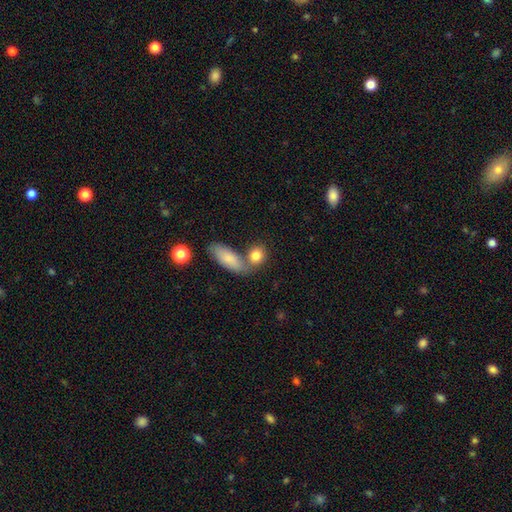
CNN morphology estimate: This is clearly a smooth galaxy (82%). How rounded: possibly round (51%). Merging: possibly none (51%).